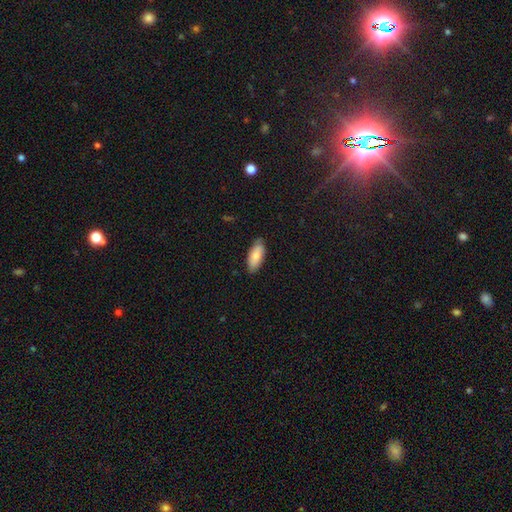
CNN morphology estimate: smooth 82%, featured or disk 13%, star or artifact 6%. Down the decision tree: how rounded — in between (84%); merging — none (80%).